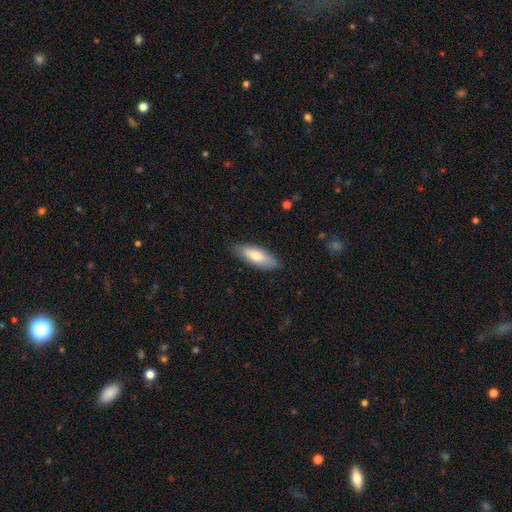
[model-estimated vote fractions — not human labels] Q: Smooth or featured?
A: smooth (71%); runner-up: featured or disk (24%)
Q: How rounded?
A: in between (59%); runner-up: cigar-shaped (39%)
Q: Merging?
A: none (84%); runner-up: minor disturbance (12%)